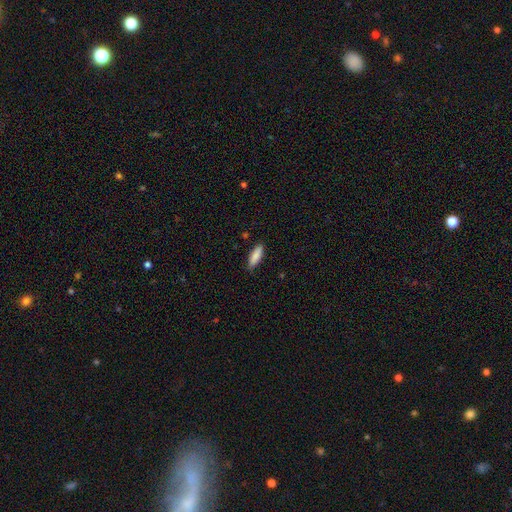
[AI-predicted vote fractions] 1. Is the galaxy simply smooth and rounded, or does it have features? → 88% smooth, 6% featured or disk, 6% star or artifact.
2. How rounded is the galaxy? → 52% in between, 46% cigar-shaped, 2% round.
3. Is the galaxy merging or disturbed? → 83% none, 13% minor disturbance, 2% major disturbance, 1% merger.